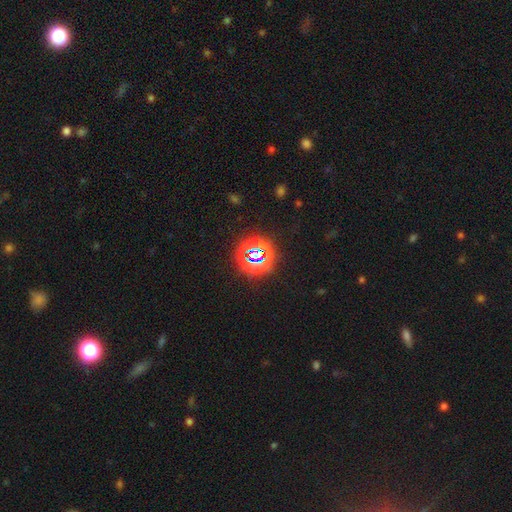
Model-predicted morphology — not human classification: star or artifact 74%, smooth 17%, featured or disk 9%.